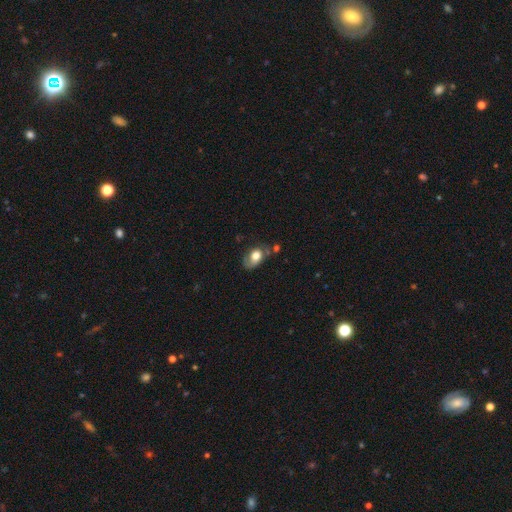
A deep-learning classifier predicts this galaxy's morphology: type=smooth (65%); roundness=in between (81%); merging=none (42%).